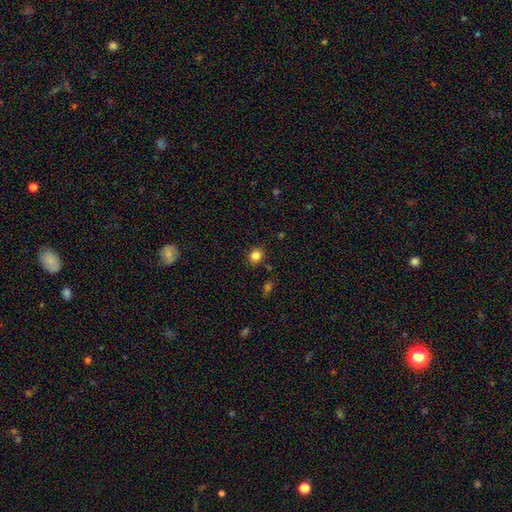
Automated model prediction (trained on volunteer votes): Morphology: type=smooth (83%); roundness=round (75%); merging=none (86%).